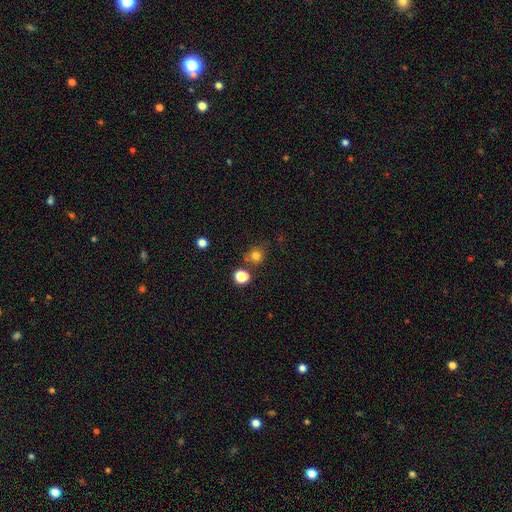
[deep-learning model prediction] smooth-or-featured: smooth: 78% | star or artifact: 16% | featured or disk: 6%
  how-rounded: round: 87% | in between: 12% | cigar-shaped: 1%
  merging: none: 73% | merger: 12% | minor disturbance: 11% | major disturbance: 4%